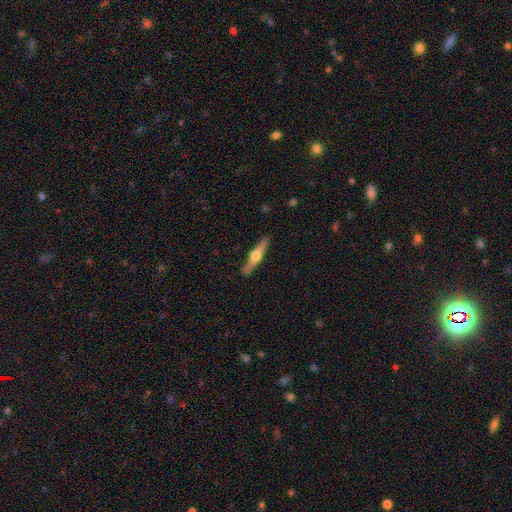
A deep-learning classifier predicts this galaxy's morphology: A featured or disk galaxy (65%) viewed edge-on (97%) with a rounded central bulge (94%). Merging: none (89%).